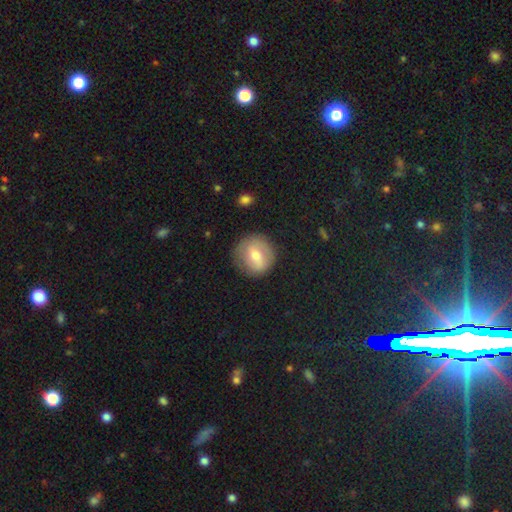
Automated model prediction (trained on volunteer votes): smooth-or-featured: smooth: 54% | featured or disk: 39% | star or artifact: 8%
  how-rounded: round: 88% | in between: 11% | cigar-shaped: 1%
  merging: none: 81% | minor disturbance: 13% | major disturbance: 5% | merger: 1%